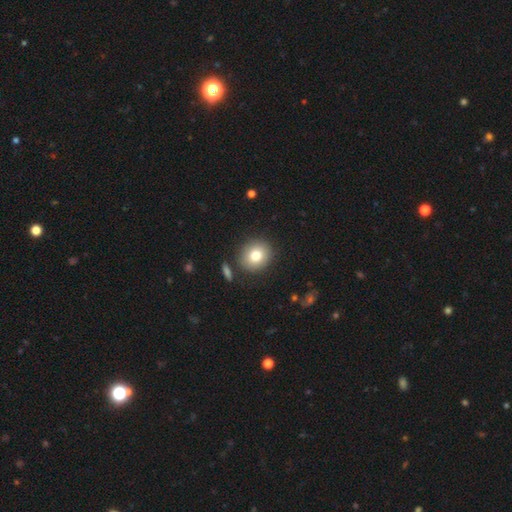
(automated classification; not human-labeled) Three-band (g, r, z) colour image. It shows a smooth galaxy with no disk features (79%) that is round (81%). Merging: none (86%).